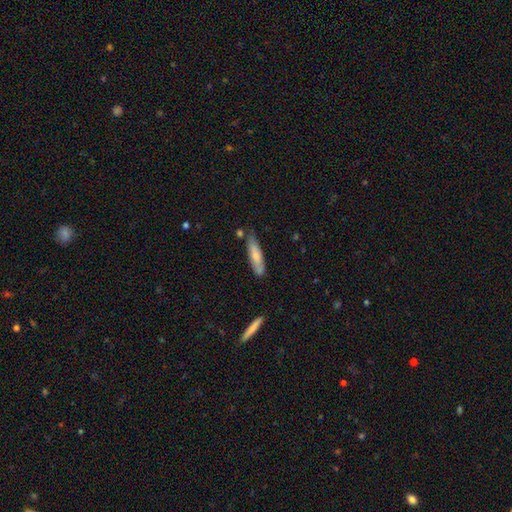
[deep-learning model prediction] Smooth or featured? smooth (70%)
How rounded? cigar-shaped (78%)
Merging? none (73%)